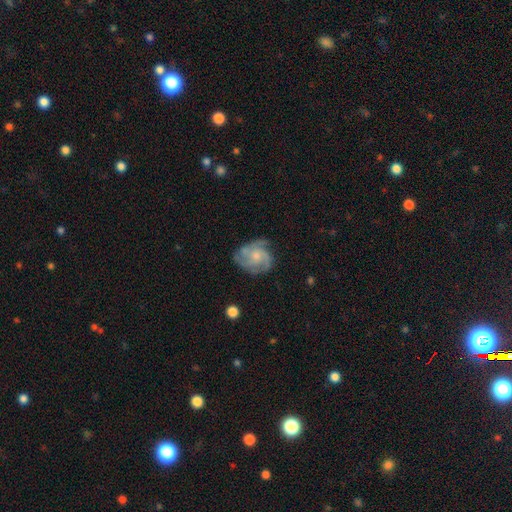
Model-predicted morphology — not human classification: featured or disk 78%, smooth 16%, star or artifact 6%. Down the decision tree: edge-on disk — no (98%); bar — no (75%); spiral arms — yes (94%); spiral arm count — 3 (47%); spiral winding — medium (44%); bulge size — small (44%); merging — none (65%).